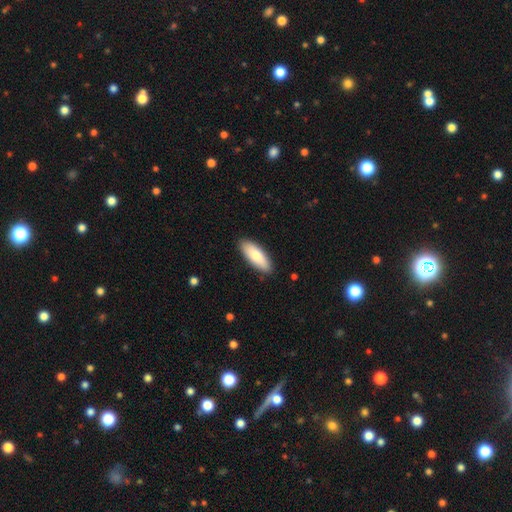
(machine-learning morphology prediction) This is likely a smooth galaxy (78%). How rounded: likely in between (71%). Merging: clearly none (88%).